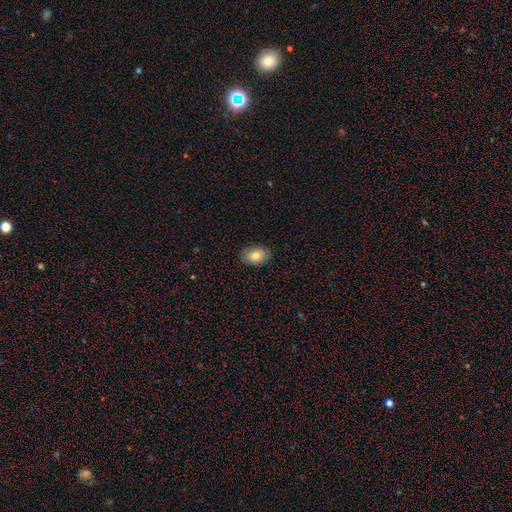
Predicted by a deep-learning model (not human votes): This appears to be a smooth galaxy with no disk features (78%) that is in between round and cigar-shaped (83%). Merging: none (86%).